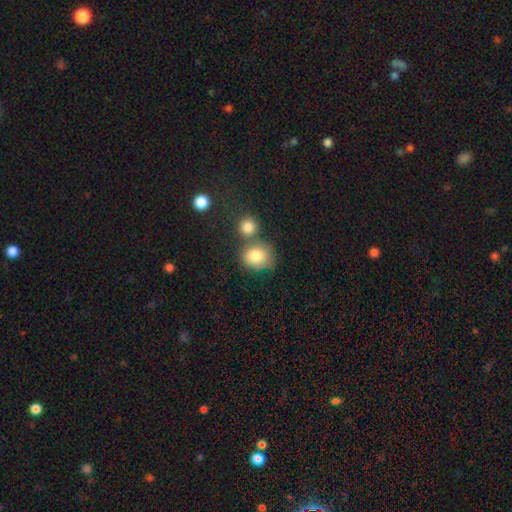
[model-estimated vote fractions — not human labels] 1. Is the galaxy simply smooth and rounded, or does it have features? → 82% smooth, 9% star or artifact, 9% featured or disk.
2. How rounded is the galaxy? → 66% round, 33% in between, 1% cigar-shaped.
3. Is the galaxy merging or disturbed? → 51% none, 30% merger, 14% minor disturbance, 5% major disturbance.